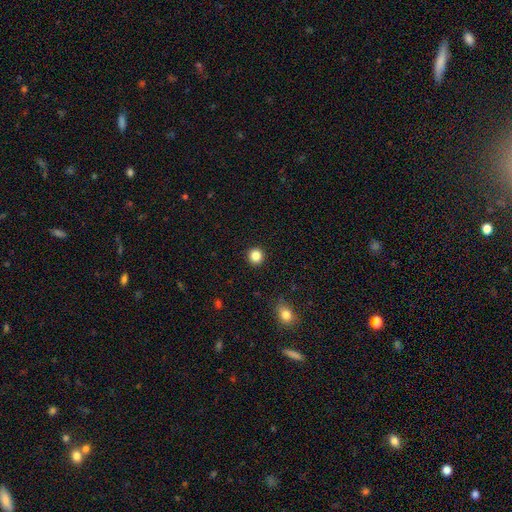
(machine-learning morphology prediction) Smooth or featured? smooth (85%)
How rounded? round (92%)
Merging? none (93%)